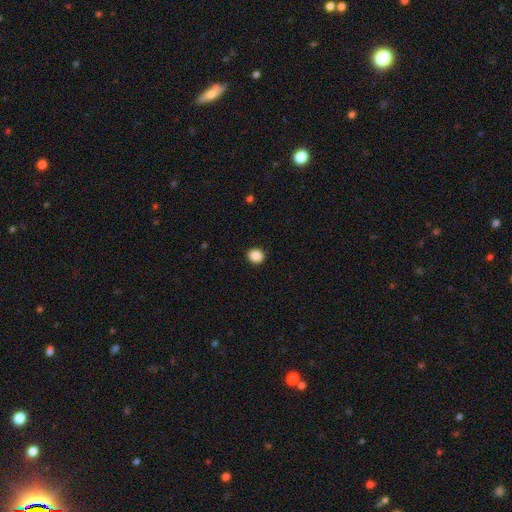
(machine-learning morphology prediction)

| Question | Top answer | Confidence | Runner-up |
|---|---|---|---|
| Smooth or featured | smooth | 89% | star or artifact (9%) |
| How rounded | round | 80% | in between (19%) |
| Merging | none | 92% | minor disturbance (6%) |